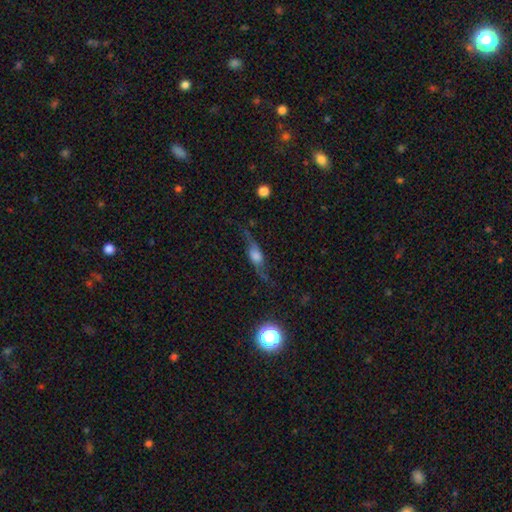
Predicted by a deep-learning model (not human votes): featured or disk 67%, smooth 22%, star or artifact 11%. Down the decision tree: edge-on disk — yes (55%); merging — none (68%).